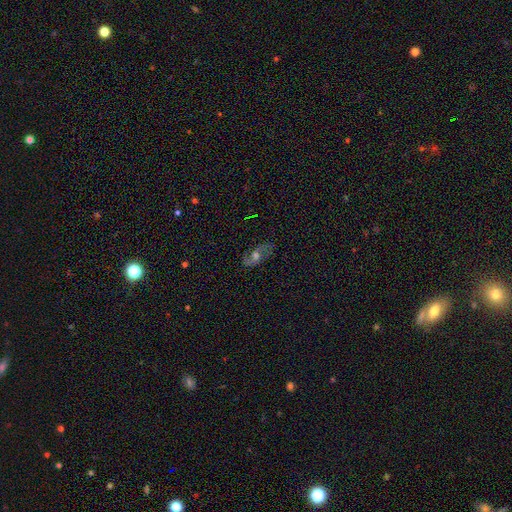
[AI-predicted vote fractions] A featured or disk galaxy (68%) with no bar (56%), 2 (86%) loose (45%) spiral arms (86%) and a moderate central bulge (66%).

Vote fractions:
- Smooth or featured? featured or disk: 68% / smooth: 20% / star or artifact: 12%
- Edge-on disk? no: 89% / yes: 11%
- Bar? no: 56% / weak: 34% / strong: 9%
- Spiral arms? yes: 86% / no: 14%
- Spiral winding? loose: 45% / medium: 40% / tight: 15%
- Spiral arm count? 2: 86% / can't tell: 7% / 1: 3% / 3: 1% / 4: 1% / more than 4: 1%
- Bulge size? moderate: 66% / small: 21% / large: 10% / none: 2% / dominant: 1%
- Merging? none: 78% / minor disturbance: 15% / major disturbance: 6% / merger: 2%